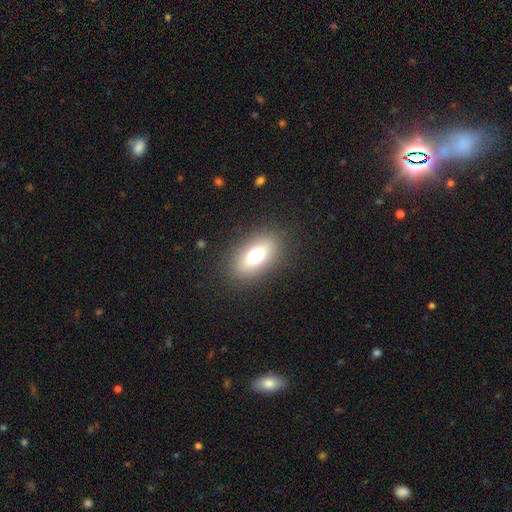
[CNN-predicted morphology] Q: Smooth or featured?
A: smooth (71%); runner-up: featured or disk (18%)
Q: How rounded?
A: in between (86%); runner-up: round (8%)
Q: Merging?
A: none (85%); runner-up: minor disturbance (9%)